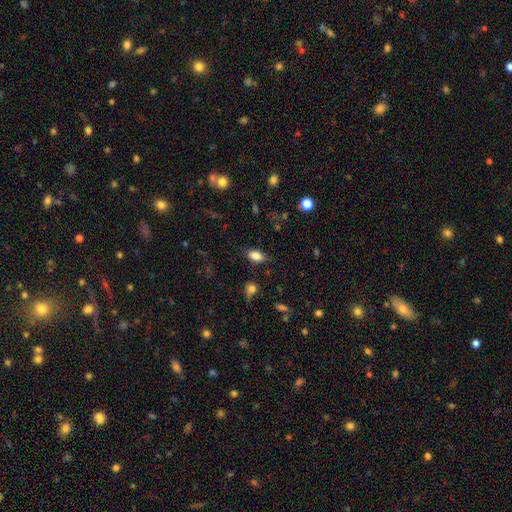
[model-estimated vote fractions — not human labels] This is clearly a smooth galaxy (83%). How rounded: clearly in between (89%). Merging: clearly none (80%).